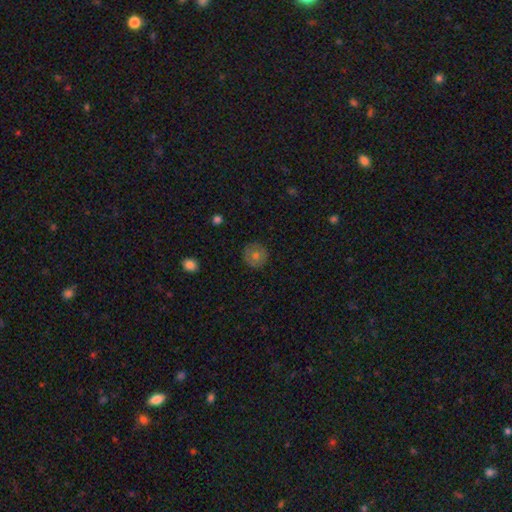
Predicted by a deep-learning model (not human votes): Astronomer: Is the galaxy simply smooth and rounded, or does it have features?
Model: smooth — 68%.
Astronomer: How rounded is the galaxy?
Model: round — 94%.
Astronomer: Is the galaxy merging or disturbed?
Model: none — 88%.